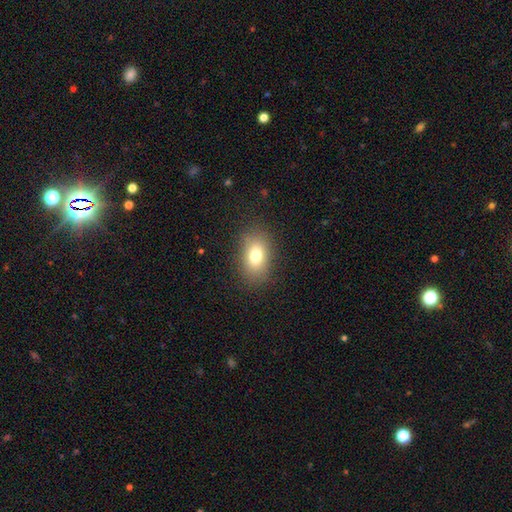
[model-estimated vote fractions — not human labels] Overall: smooth (76%). How rounded: in between (79%). Merging: none (84%).